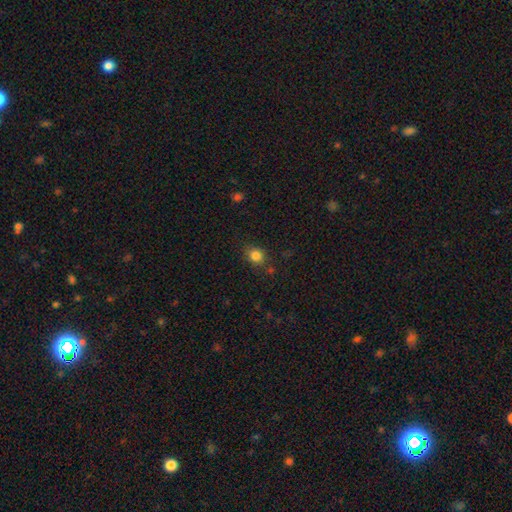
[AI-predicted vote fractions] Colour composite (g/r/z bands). It shows a smooth galaxy with no disk features (83%) that is round (71%). Merging: none (78%).